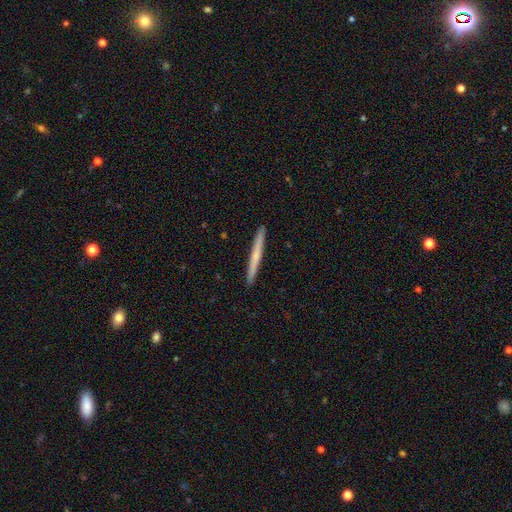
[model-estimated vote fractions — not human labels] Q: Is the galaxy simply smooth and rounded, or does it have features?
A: smooth — 52%.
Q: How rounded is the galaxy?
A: cigar-shaped — 97%.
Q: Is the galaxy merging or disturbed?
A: none — 93%.